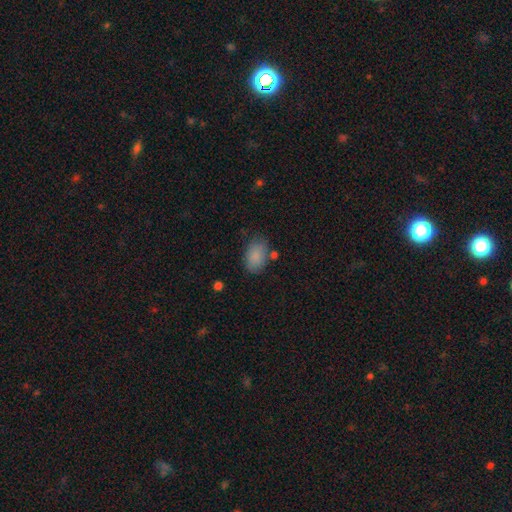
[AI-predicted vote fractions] This is clearly a smooth galaxy (85%). How rounded: clearly in between (85%). Merging: likely none (68%).